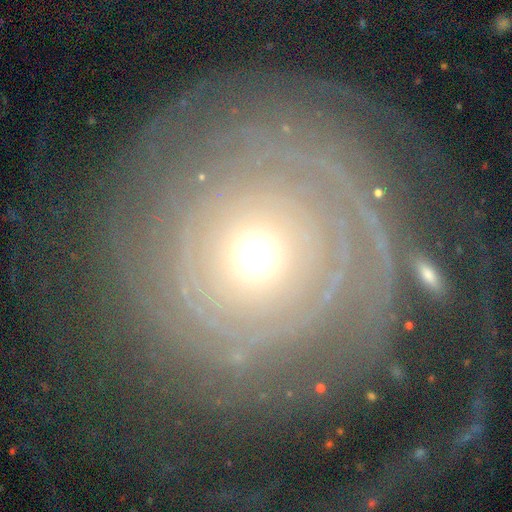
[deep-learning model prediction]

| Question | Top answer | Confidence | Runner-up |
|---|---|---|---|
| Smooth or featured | featured or disk | 78% | smooth (14%) |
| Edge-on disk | no | 96% | yes (4%) |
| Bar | no | 85% | weak (10%) |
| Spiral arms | yes | 83% | no (17%) |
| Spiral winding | tight | 81% | medium (13%) |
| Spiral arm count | can't tell | 38% | 2 (16%) |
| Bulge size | moderate | 48% | small (44%) |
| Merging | none | 73% | minor disturbance (14%) |